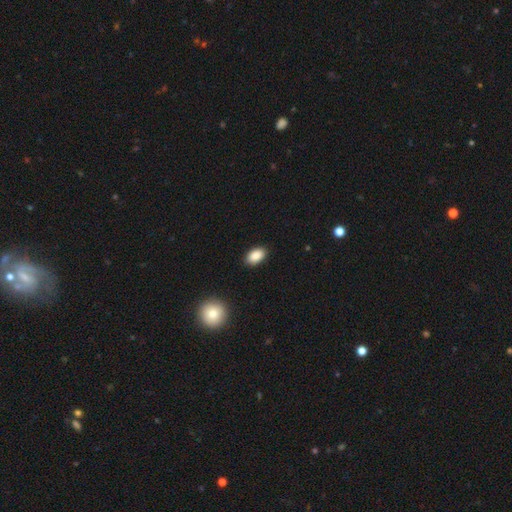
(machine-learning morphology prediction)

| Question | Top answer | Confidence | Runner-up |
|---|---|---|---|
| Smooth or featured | smooth | 89% | star or artifact (8%) |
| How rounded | in between | 92% | round (7%) |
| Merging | none | 88% | minor disturbance (9%) |